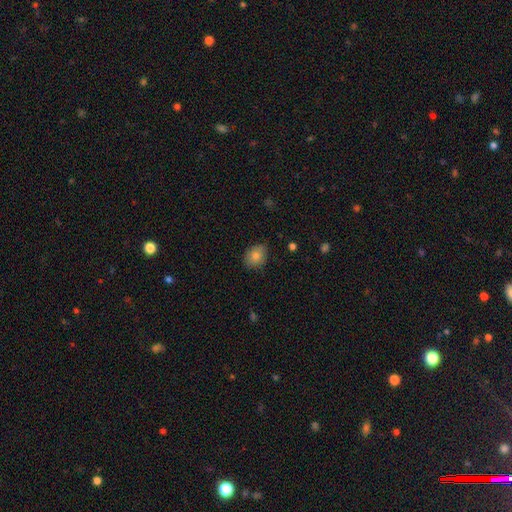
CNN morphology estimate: smooth-or-featured: smooth: 81% | featured or disk: 10% | star or artifact: 9%
  how-rounded: in between: 50% | round: 49% | cigar-shaped: 1%
  merging: none: 80% | minor disturbance: 16% | major disturbance: 3% | merger: 1%